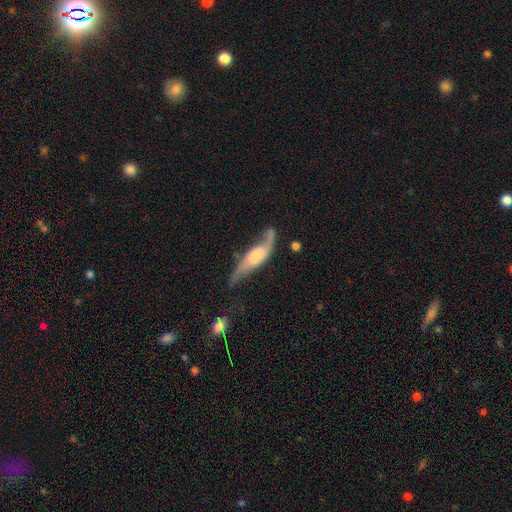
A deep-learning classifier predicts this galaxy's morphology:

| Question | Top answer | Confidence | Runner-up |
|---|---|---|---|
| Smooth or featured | featured or disk | 69% | smooth (25%) |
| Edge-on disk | no | 66% | yes (34%) |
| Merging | none | 46% | minor disturbance (27%) |